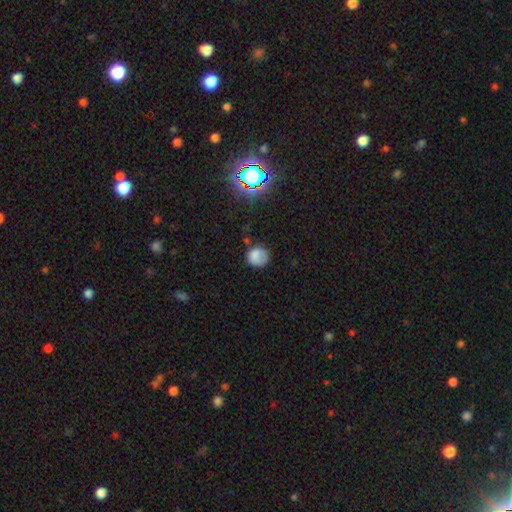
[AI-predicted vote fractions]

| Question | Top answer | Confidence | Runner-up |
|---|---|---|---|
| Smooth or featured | smooth | 76% | star or artifact (13%) |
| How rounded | round | 83% | in between (16%) |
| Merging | none | 64% | minor disturbance (23%) |